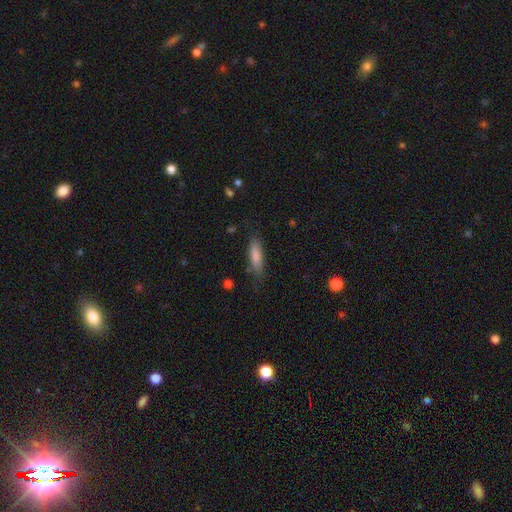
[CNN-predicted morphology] This appears to be a smooth galaxy with no disk features (81%) that is cigar-shaped (60%). Merging: none (76%).